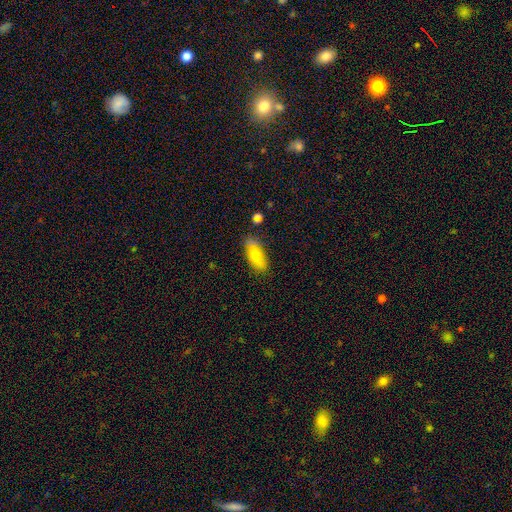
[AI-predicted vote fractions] A smooth galaxy with no disk features (77%) that is in between round and cigar-shaped (85%). Merging: none (67%).